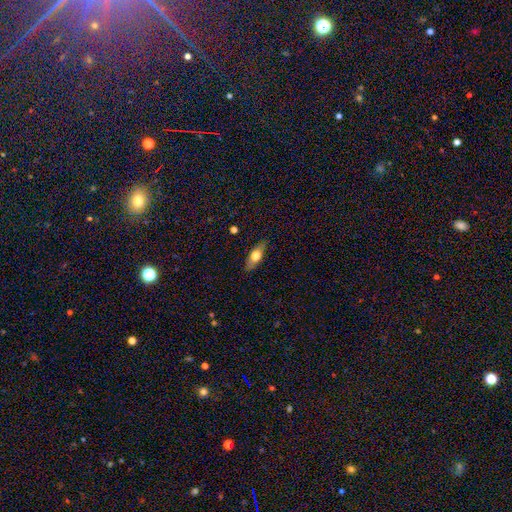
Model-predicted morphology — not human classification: Smooth or featured: smooth — 61% (featured or disk — 32%)
How rounded: in between — 70% (cigar-shaped — 25%)
Merging: none — 84% (minor disturbance — 12%)